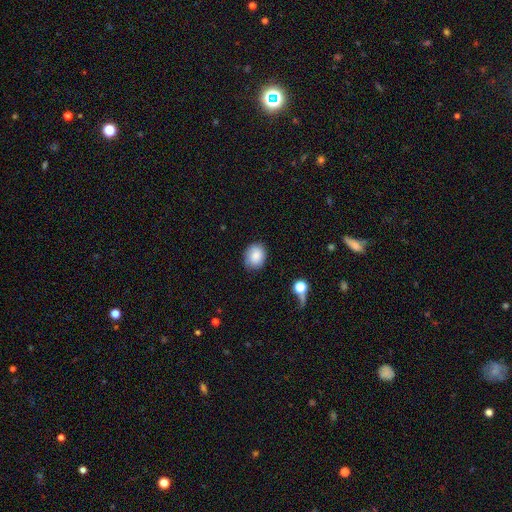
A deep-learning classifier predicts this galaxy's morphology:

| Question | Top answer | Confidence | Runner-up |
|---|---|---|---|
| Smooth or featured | smooth | 83% | star or artifact (8%) |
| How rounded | round | 56% | in between (43%) |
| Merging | none | 79% | minor disturbance (15%) |